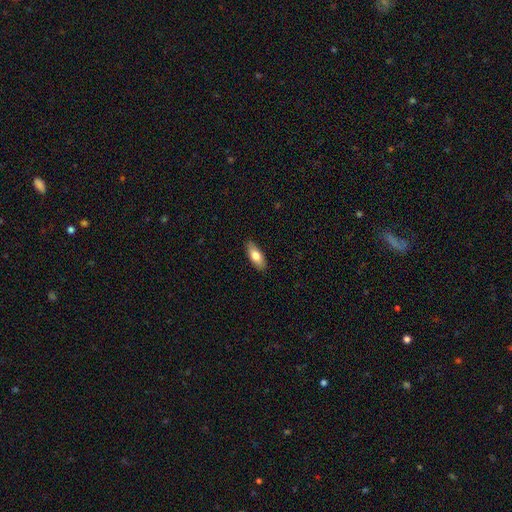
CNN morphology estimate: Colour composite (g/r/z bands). It shows a smooth galaxy with no disk features (76%) that is in between round and cigar-shaped (79%). Merging: none (88%).